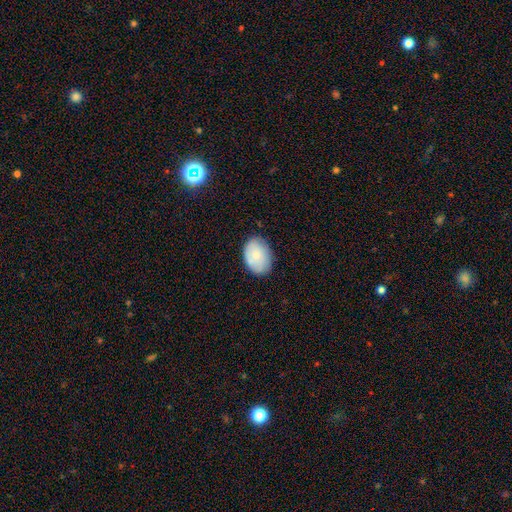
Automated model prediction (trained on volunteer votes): smooth-or-featured: smooth: 80% | featured or disk: 14% | star or artifact: 6%
  how-rounded: in between: 82% | round: 17% | cigar-shaped: 1%
  merging: none: 78% | minor disturbance: 17% | major disturbance: 3% | merger: 1%